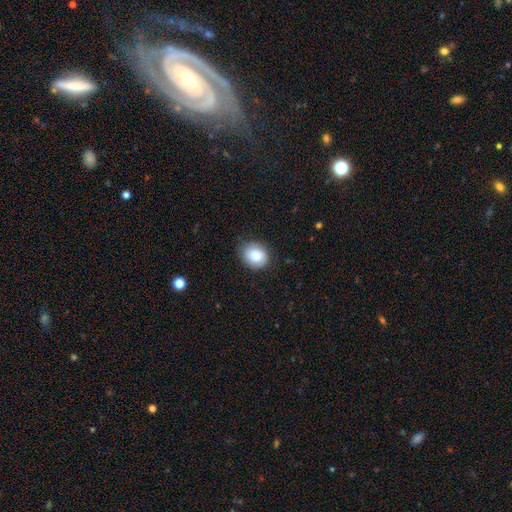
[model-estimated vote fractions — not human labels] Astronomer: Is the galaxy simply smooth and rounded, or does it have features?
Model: smooth — 83%.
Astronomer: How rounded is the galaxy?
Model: round — 59% (runner-up: in between, 41%).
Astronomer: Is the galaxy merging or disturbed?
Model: none — 83%.